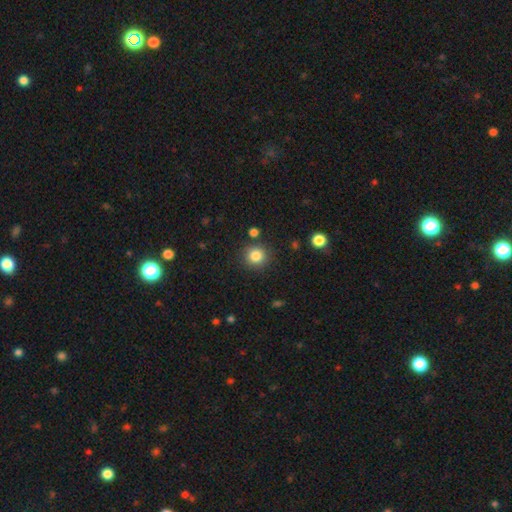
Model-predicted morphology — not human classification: Q: Smooth or featured?
A: smooth (84%); runner-up: star or artifact (11%)
Q: How rounded?
A: round (91%); runner-up: in between (8%)
Q: Merging?
A: none (86%); runner-up: minor disturbance (8%)